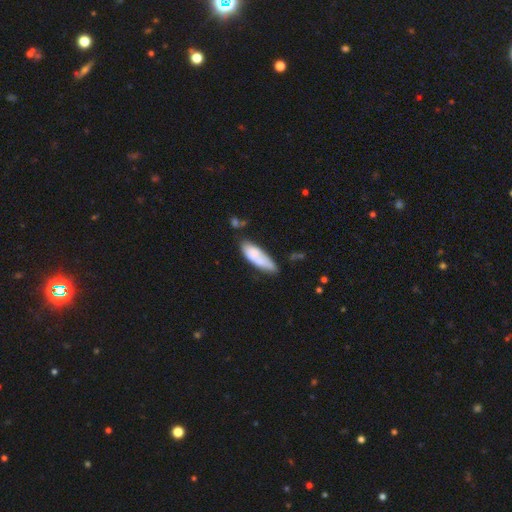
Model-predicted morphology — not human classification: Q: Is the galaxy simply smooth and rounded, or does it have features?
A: smooth — 72%.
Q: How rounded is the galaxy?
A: in between — 59%.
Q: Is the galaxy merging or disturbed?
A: none — 53%.